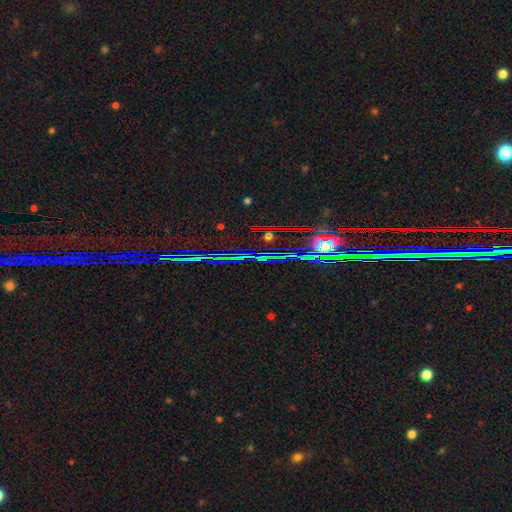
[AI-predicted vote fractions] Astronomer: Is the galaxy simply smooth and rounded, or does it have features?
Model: star or artifact — 85%.